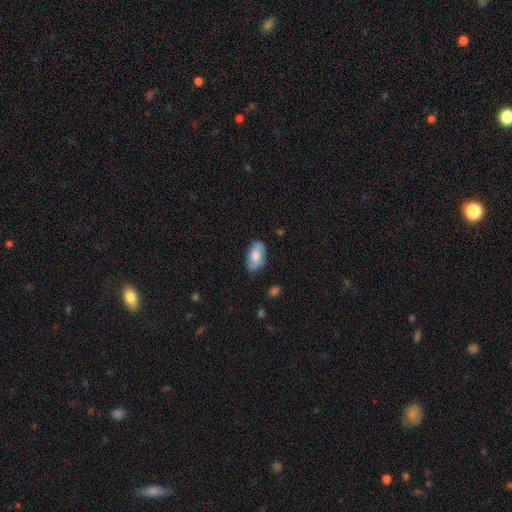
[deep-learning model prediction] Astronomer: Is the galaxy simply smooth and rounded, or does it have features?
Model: smooth — 67%.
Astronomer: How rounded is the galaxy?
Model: in between — 93%.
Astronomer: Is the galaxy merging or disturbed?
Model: none — 73%.